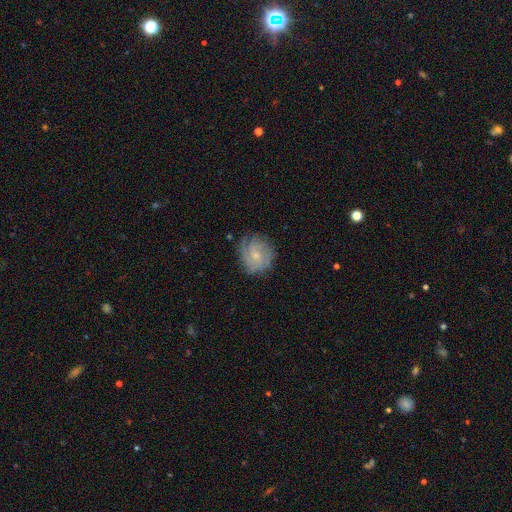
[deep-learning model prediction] Overall: featured or disk (65%; smooth 27%). Edge-on disk: no (97%). Bar: no (67%; weak 29%). Spiral arms: yes (89%). Spiral arm count: can't tell (44%; 3 18%). Spiral winding: tight (60%; medium 29%). Bulge size: small (61%; moderate 32%). Merging: none (70%).